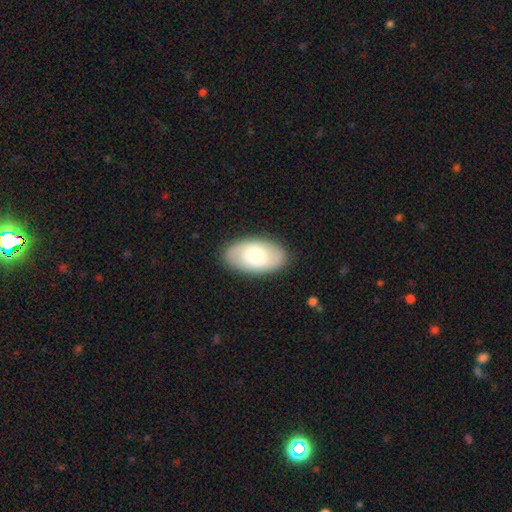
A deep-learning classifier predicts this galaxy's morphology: Smooth or featured?
  - smooth: 64% *
  - featured or disk: 29%
  - star or artifact: 6%
How rounded?
  - in between: 93% *
  - round: 5%
  - cigar-shaped: 2%
Merging?
  - none: 87% *
  - minor disturbance: 9%
  - major disturbance: 3%
  - merger: 1%